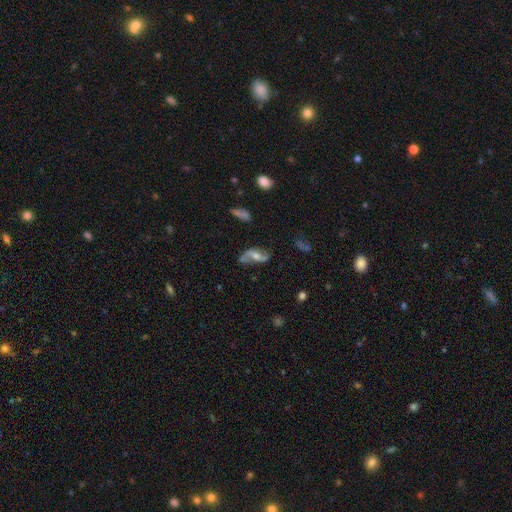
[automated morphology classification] A featured or disk galaxy (76%) with no bar (48%), 2 (89%) loose (72%) spiral arms (89%) and a moderate central bulge (59%). Merging: none (67%).